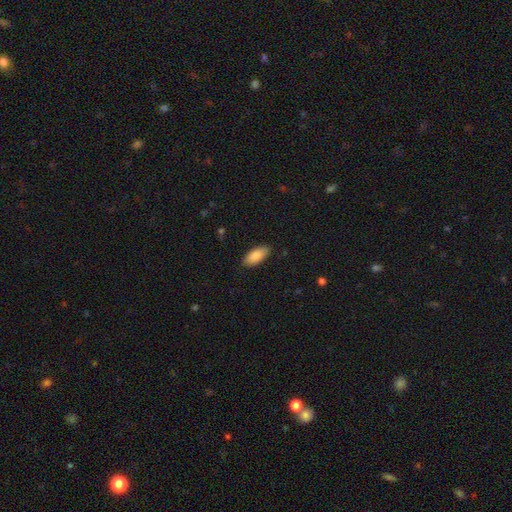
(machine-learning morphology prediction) This is clearly a smooth galaxy (88%). How rounded: clearly in between (88%). Merging: clearly none (88%).